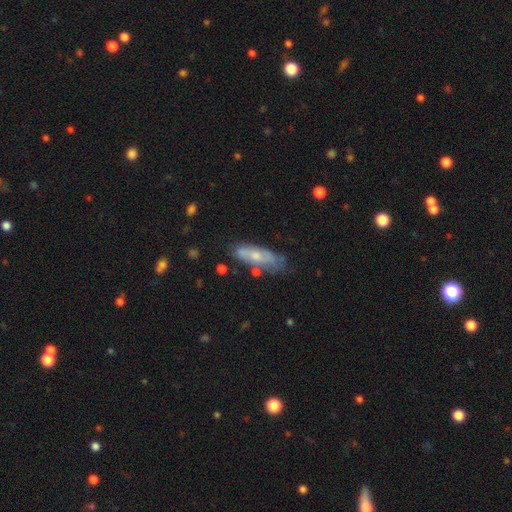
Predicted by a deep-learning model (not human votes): Overall: smooth (51%; featured or disk 42%). How rounded: in between (52%; cigar-shaped 46%). Merging: none (58%; minor disturbance 26%).